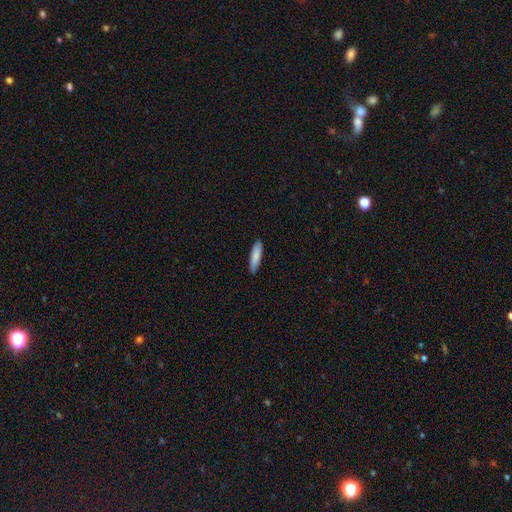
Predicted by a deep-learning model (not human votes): This appears to be a smooth galaxy with no disk features (84%) that is cigar-shaped (73%). Merging: none (87%).